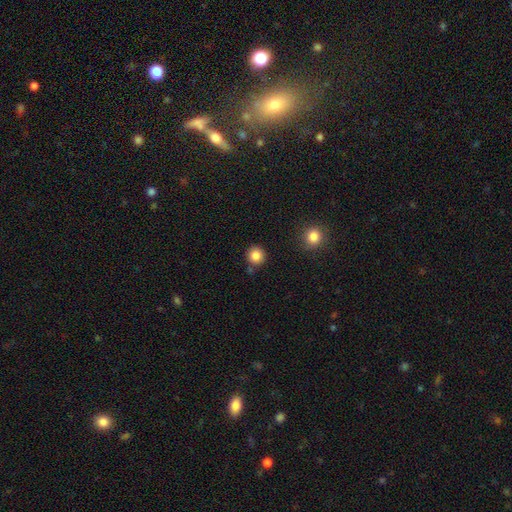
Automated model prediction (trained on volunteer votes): Overall: smooth (85%). How rounded: round (93%). Merging: none (85%).